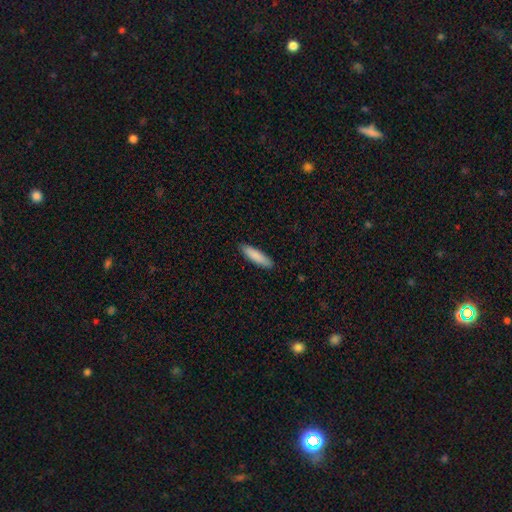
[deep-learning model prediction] Smooth or featured?
  - smooth: 88% *
  - featured or disk: 7%
  - star or artifact: 5%
How rounded?
  - cigar-shaped: 73% *
  - in between: 26%
  - round: 1%
Merging?
  - none: 90% *
  - minor disturbance: 8%
  - major disturbance: 1%
  - merger: 1%